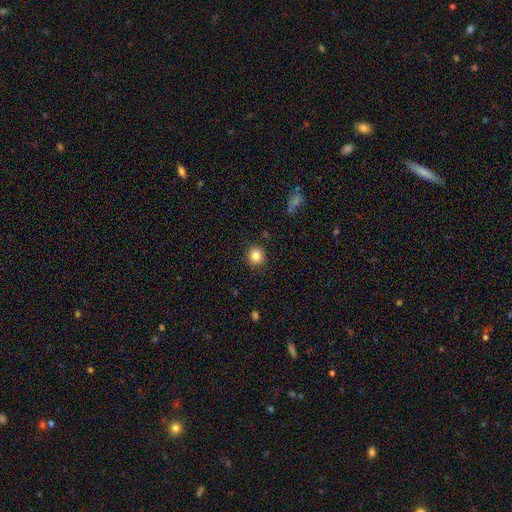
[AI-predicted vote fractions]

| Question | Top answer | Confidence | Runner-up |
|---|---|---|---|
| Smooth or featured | smooth | 85% | star or artifact (10%) |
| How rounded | round | 90% | in between (9%) |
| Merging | none | 90% | minor disturbance (7%) |